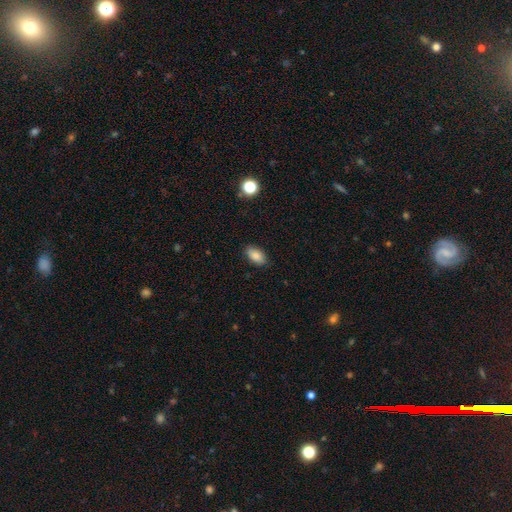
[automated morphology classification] type=smooth (86%); roundness=in between (92%); merging=none (87%).